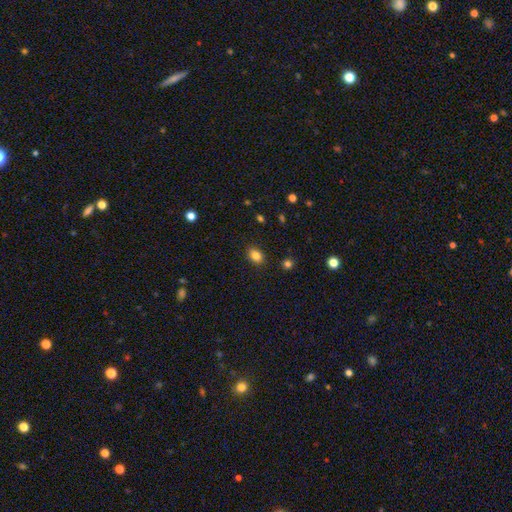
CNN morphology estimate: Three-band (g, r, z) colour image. It shows a smooth galaxy with no disk features (83%) that is in between round and cigar-shaped (67%). Merging: none (86%).